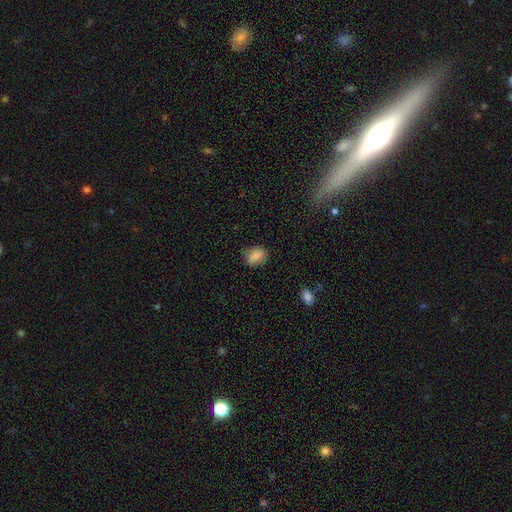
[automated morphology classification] Smooth or featured? smooth (82%)
How rounded? round (50%)
Merging? none (77%)